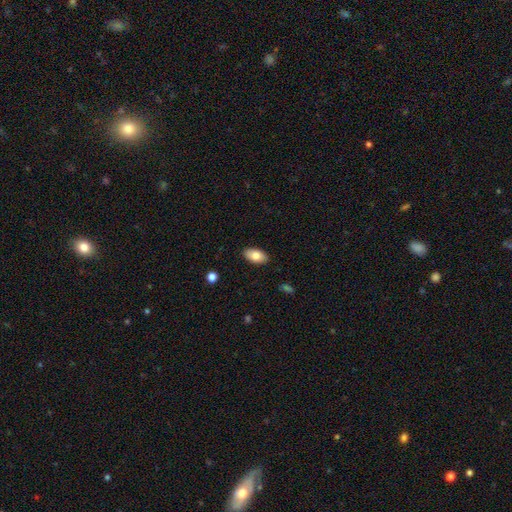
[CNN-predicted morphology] A smooth galaxy with no disk features (80%) that is in between round and cigar-shaped (94%). Merging: none (89%).